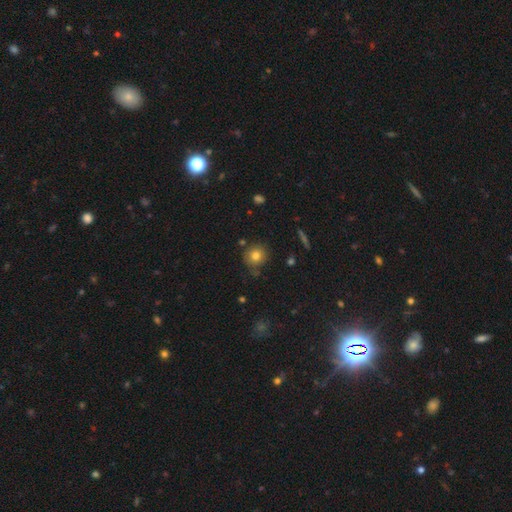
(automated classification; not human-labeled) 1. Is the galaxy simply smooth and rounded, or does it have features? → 78% smooth, 12% star or artifact, 10% featured or disk.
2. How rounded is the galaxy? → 90% round, 9% in between, 1% cigar-shaped.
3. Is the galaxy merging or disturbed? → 78% none, 14% minor disturbance, 4% merger, 3% major disturbance.